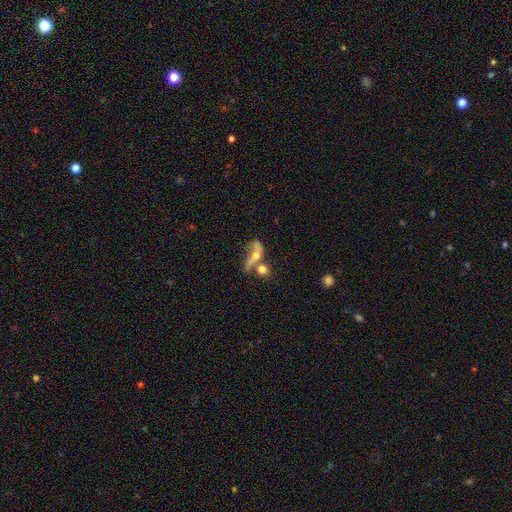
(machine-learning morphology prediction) A featured or disk galaxy (44%, tied with smooth).

Vote fractions:
- Smooth or featured? featured or disk: 44% (tied) / smooth: 44% (tied) / star or artifact: 12%
- Merging? merger: 52% / none: 21% / major disturbance: 17% / minor disturbance: 10%